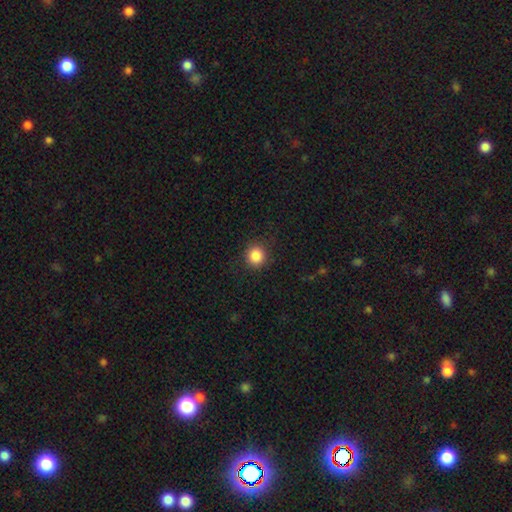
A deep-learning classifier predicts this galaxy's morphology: Overall: smooth (86%). How rounded: round (90%). Merging: none (89%).